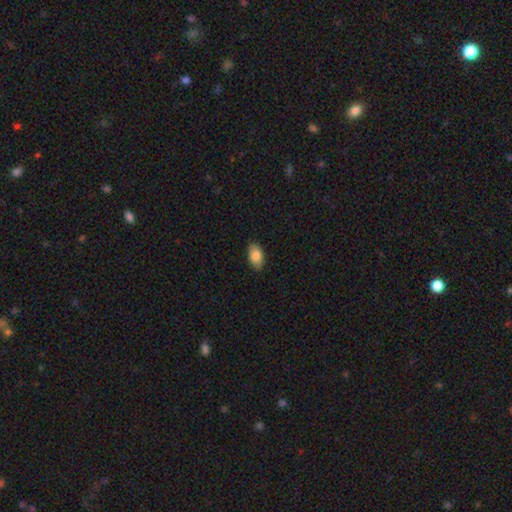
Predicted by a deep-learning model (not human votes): This appears to be a smooth galaxy with no disk features (84%) that is in between round and cigar-shaped (92%). Merging: none (87%).